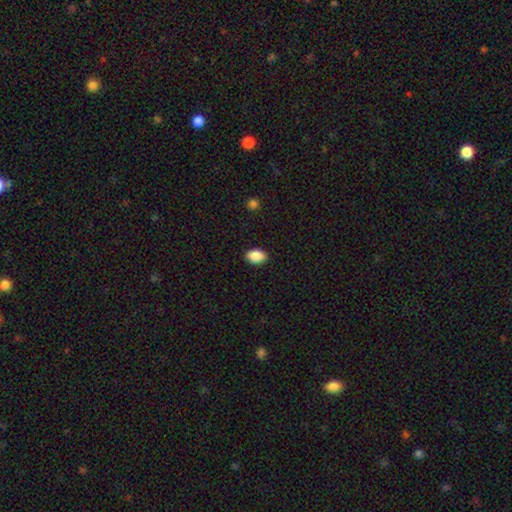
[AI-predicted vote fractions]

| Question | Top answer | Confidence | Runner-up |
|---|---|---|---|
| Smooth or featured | smooth | 89% | star or artifact (7%) |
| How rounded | in between | 86% | round (13%) |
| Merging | none | 89% | minor disturbance (8%) |